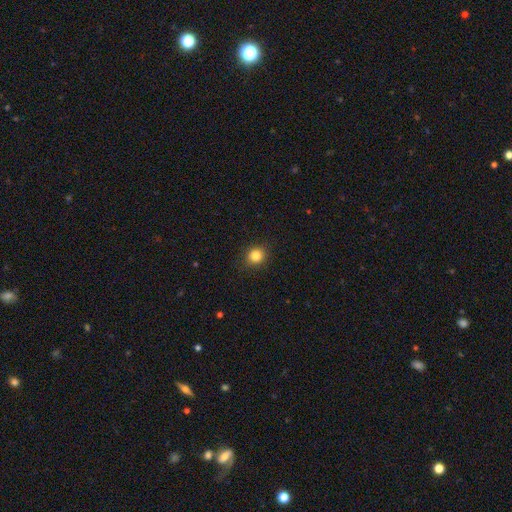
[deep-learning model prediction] Smooth or featured? Predicted: smooth (p=0.84). How rounded? Predicted: round (p=0.87). Merging? Predicted: none (p=0.90).